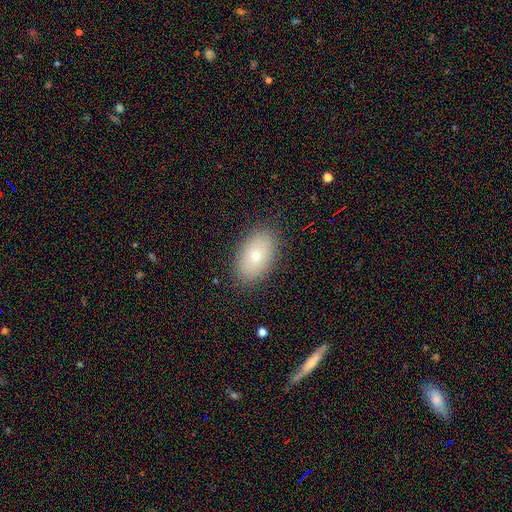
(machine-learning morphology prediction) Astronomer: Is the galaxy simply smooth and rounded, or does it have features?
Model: smooth — 71%.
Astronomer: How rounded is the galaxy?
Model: in between — 89%.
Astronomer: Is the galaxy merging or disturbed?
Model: none — 87%.